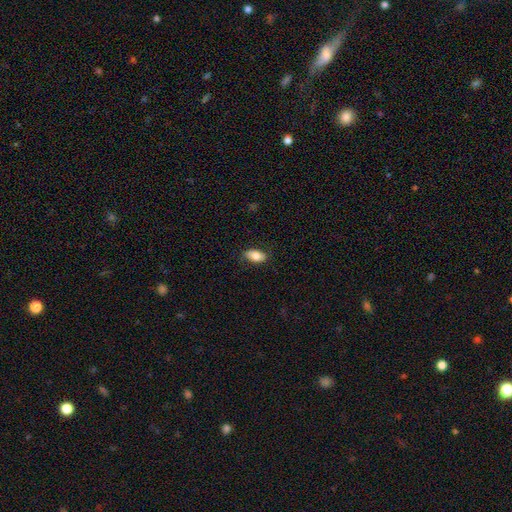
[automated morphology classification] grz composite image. It shows a smooth galaxy with no disk features (79%) that is in between round and cigar-shaped (92%). Merging: none (80%).